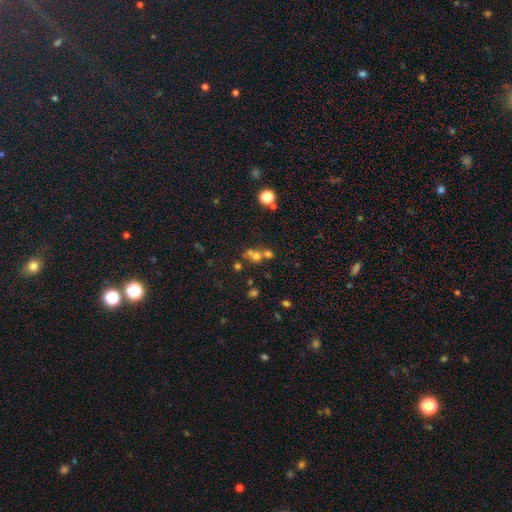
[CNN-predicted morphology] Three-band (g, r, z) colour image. It shows a smooth galaxy with no disk features (57%) that is round (81%). Merging: merger (50%).